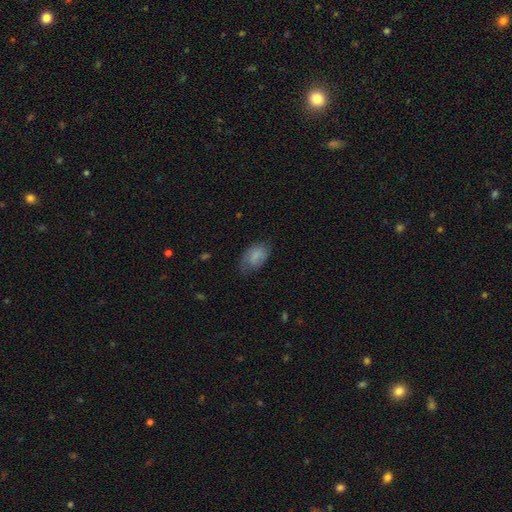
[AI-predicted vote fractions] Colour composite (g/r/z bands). It shows a smooth galaxy with no disk features (74%) that is in between round and cigar-shaped (91%). Merging: none (59%).